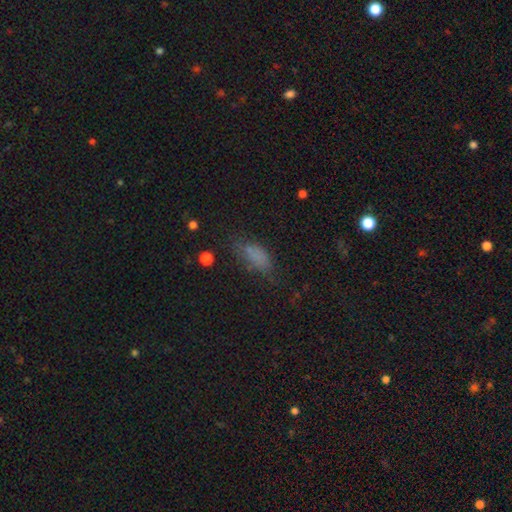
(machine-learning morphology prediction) Smooth or featured? Predicted: smooth (p=0.73). How rounded? Predicted: in between (p=0.80). Merging? Predicted: none (p=0.55).